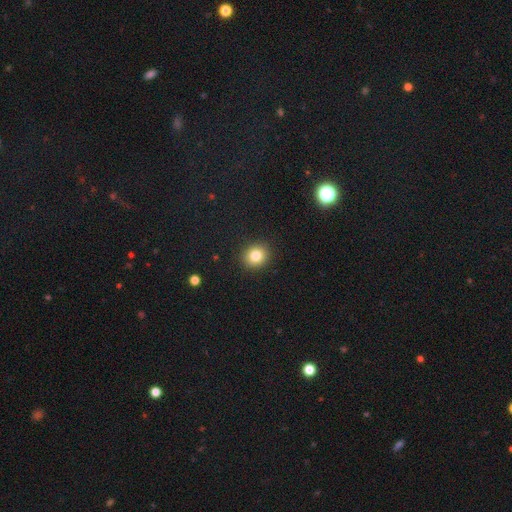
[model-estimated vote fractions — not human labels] A smooth galaxy with no disk features (82%) that is round (79%). Merging: none (91%).